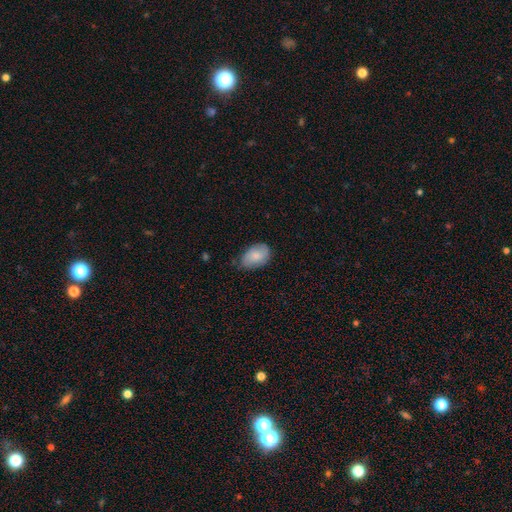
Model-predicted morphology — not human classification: Smooth or featured? smooth (81%)
How rounded? in between (89%)
Merging? none (62%)